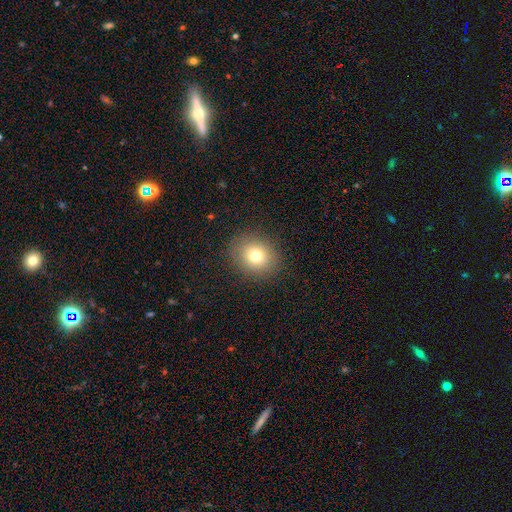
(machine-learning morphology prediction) smooth_or_featured: smooth (p=0.76) [alt: star or artifact p=0.13]
how_rounded: round (p=0.72) [alt: in between p=0.28]
merging: none (p=0.88) [alt: minor disturbance p=0.08]